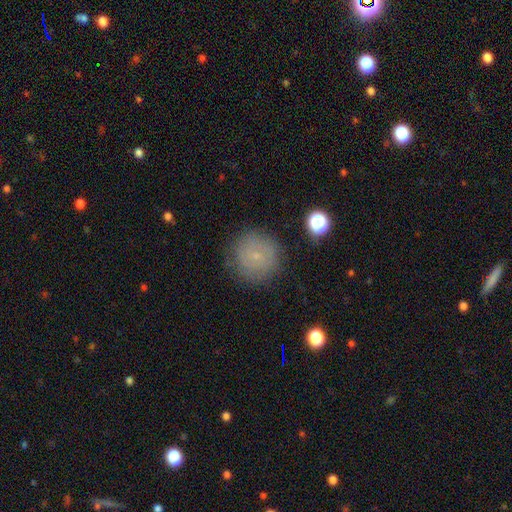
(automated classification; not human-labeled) The model was most divided on "smooth or featured": smooth: 62%, featured or disk: 25%, star or artifact: 13%. More confident: how rounded — round (94%); merging — none (83%).